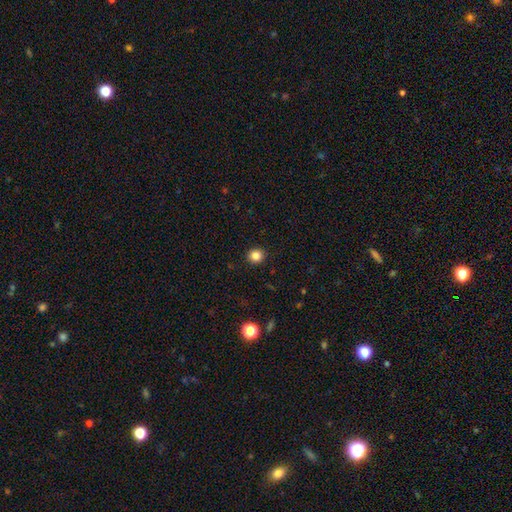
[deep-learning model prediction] This appears to be a smooth galaxy with no disk features (84%) that is round (86%). Merging: none (92%).